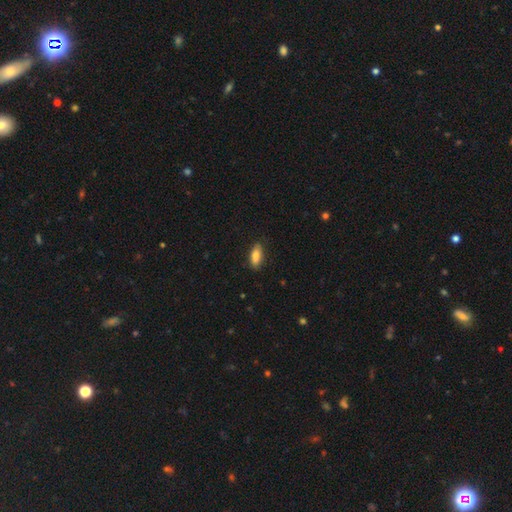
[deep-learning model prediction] Q: Smooth or featured?
A: smooth (84%); runner-up: featured or disk (9%)
Q: How rounded?
A: in between (72%); runner-up: cigar-shaped (25%)
Q: Merging?
A: none (84%); runner-up: minor disturbance (12%)